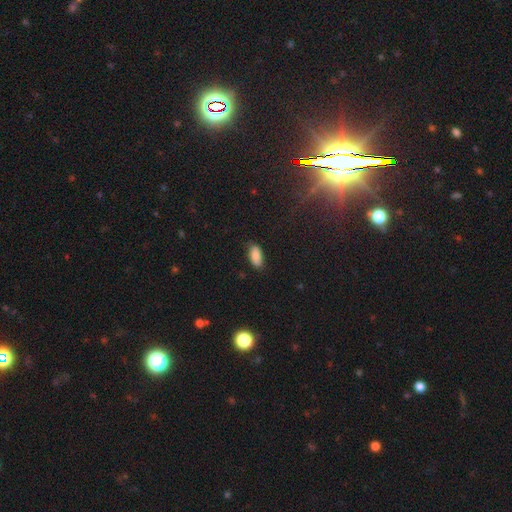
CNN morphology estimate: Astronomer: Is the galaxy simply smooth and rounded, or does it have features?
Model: smooth — 87%.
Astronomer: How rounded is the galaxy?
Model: in between — 90%.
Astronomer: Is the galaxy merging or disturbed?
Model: none — 82%.